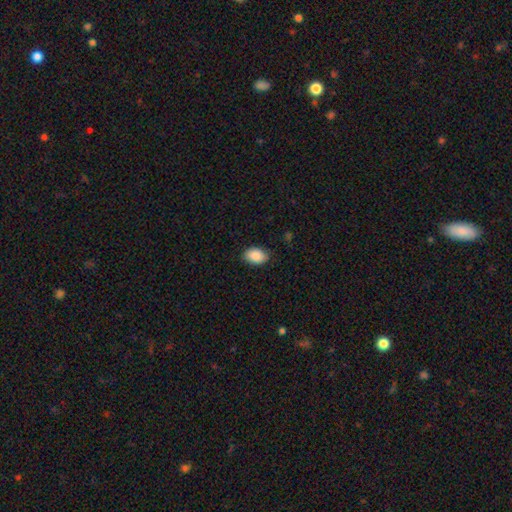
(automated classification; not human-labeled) Smooth or featured? Predicted: smooth (p=0.89). How rounded? Predicted: in between (p=0.86). Merging? Predicted: none (p=0.84).